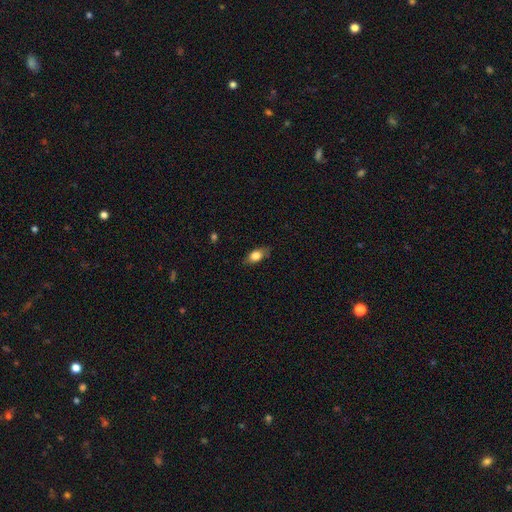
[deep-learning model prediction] Smooth or featured? smooth (75%)
How rounded? in between (79%)
Merging? none (78%)